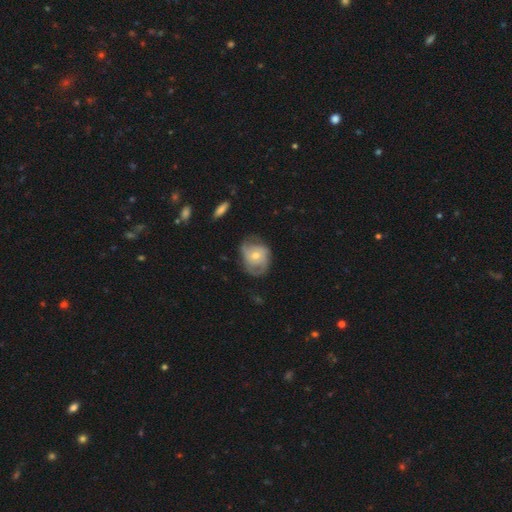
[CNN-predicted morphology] smooth-or-featured: featured or disk: 62% | smooth: 31% | star or artifact: 7%
  disk-edge-on: no: 96% | yes: 4%
    bar: no: 76% | weak: 20% | strong: 4%
    has-spiral-arms: yes: 79% | no: 21%
    bulge-size: small: 48% (tied) | moderate: 48% (tied) | large: 2% | none: 1% | dominant: 1%
  merging: none: 55% | minor disturbance: 29% | major disturbance: 15% | merger: 2%